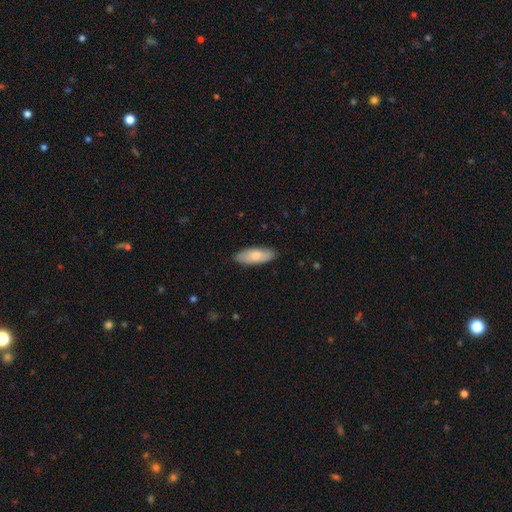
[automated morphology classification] A smooth galaxy with no disk features (79%) that is in between round and cigar-shaped (74%). Merging: none (85%).